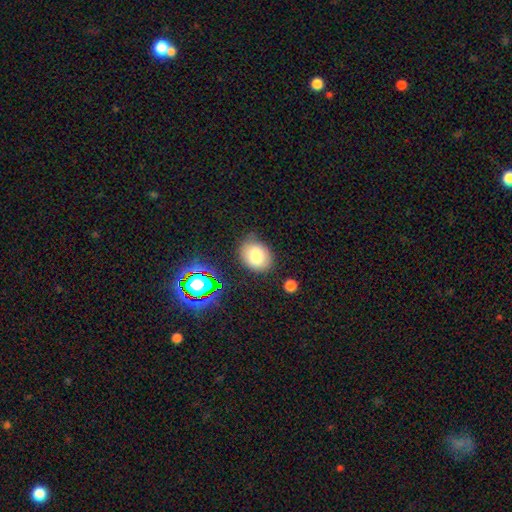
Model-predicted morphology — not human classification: This is likely a smooth galaxy (80%). How rounded: likely in between (60%). Merging: likely none (73%).